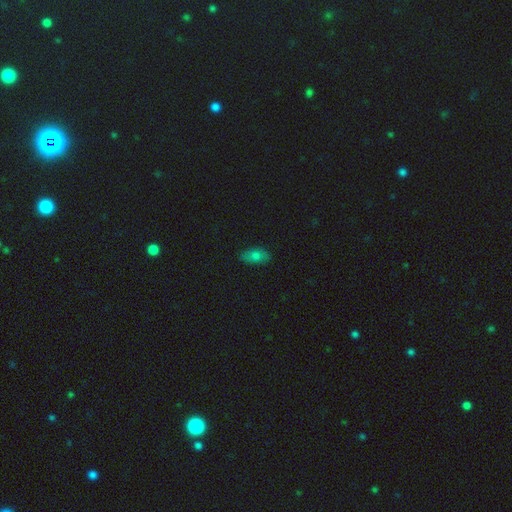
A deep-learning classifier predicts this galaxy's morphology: smooth 75%, featured or disk 15%, star or artifact 10%. Down the decision tree: how rounded — in between (90%); merging — none (83%).